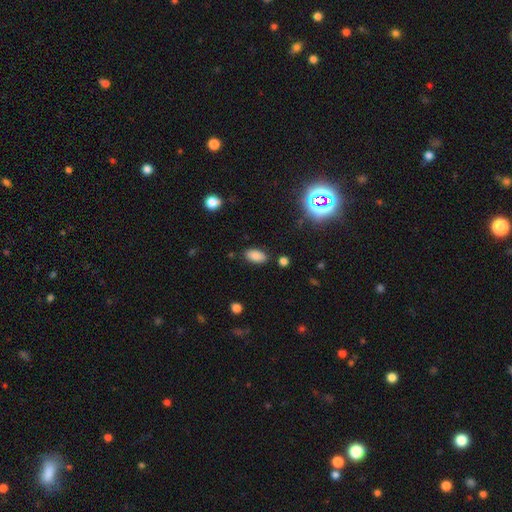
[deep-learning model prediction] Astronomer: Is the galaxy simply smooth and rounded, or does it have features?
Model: smooth — 83%.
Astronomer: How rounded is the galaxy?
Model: in between — 92%.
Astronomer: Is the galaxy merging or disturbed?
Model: none — 85%.